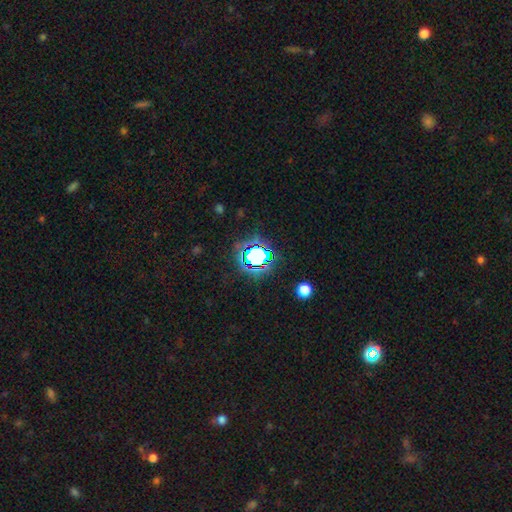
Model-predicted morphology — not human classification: Smooth or featured? star or artifact (63%)